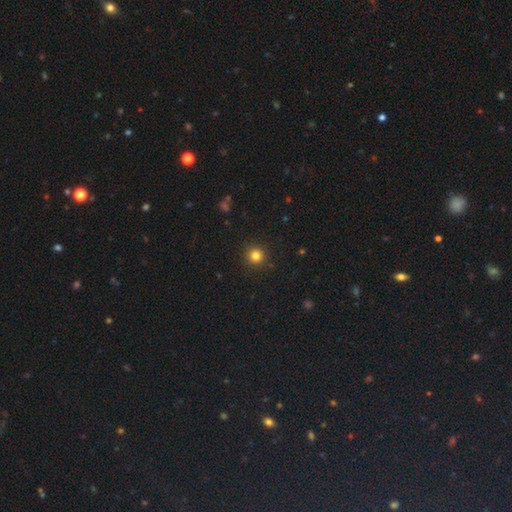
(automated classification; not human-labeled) A smooth galaxy with no disk features (81%) that is round (95%). Merging: none (92%).